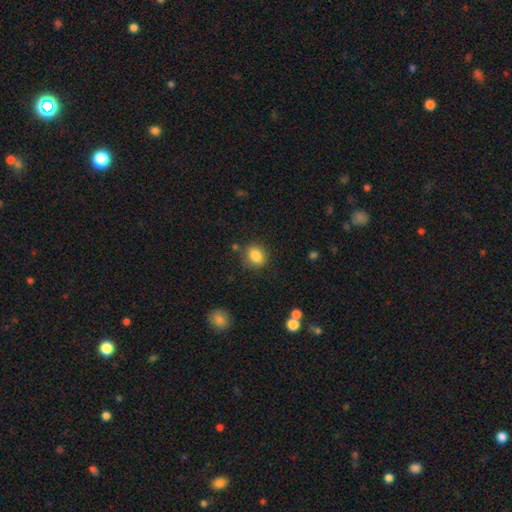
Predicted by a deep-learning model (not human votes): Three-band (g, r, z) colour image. It shows a smooth galaxy with no disk features (85%) that is round (64%). Merging: none (80%).